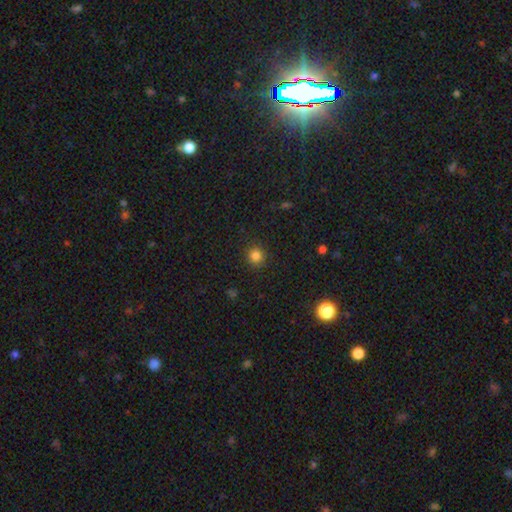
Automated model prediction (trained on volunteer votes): A smooth galaxy with no disk features (83%) that is round (91%).

Vote fractions:
- Smooth or featured? smooth: 83% / star or artifact: 13% / featured or disk: 4%
- How rounded? round: 91% / in between: 8% / cigar-shaped: 1%
- Merging? none: 90% / minor disturbance: 7% / major disturbance: 2% / merger: 1%